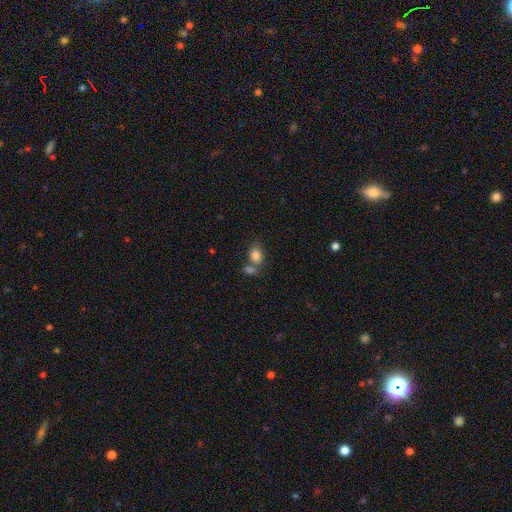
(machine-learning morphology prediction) type=smooth (83%); roundness=in between (61%); merging=none (49%).